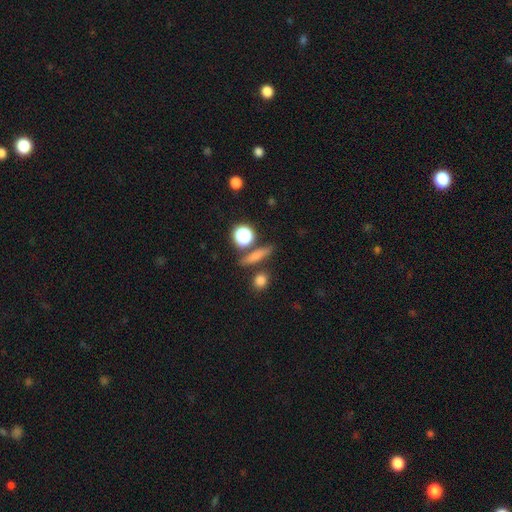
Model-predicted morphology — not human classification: Smooth or featured: smooth — 68% (featured or disk — 18%)
How rounded: cigar-shaped — 57% (round — 24%)
Merging: none — 80% (minor disturbance — 9%)